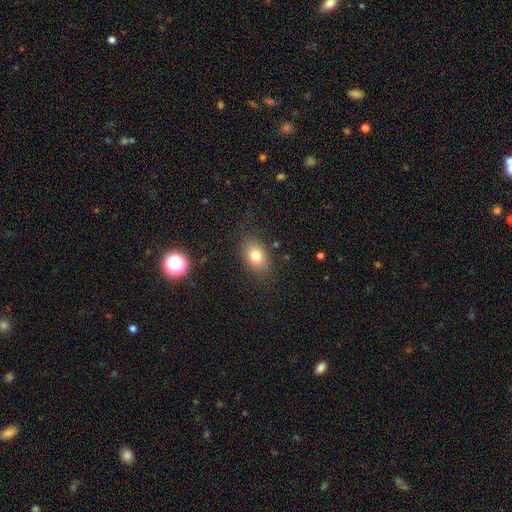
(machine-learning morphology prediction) smooth_or_featured: smooth (p=0.78) [alt: featured or disk p=0.12]
how_rounded: in between (p=0.80) [alt: round p=0.18]
merging: none (p=0.81) [alt: minor disturbance p=0.13]